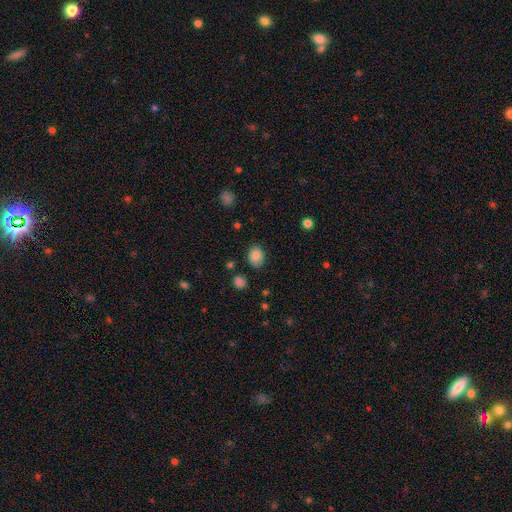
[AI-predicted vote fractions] smooth_or_featured: smooth (p=0.84) [alt: star or artifact p=0.10]
how_rounded: in between (p=0.61) [alt: round p=0.38]
merging: none (p=0.79) [alt: minor disturbance p=0.15]